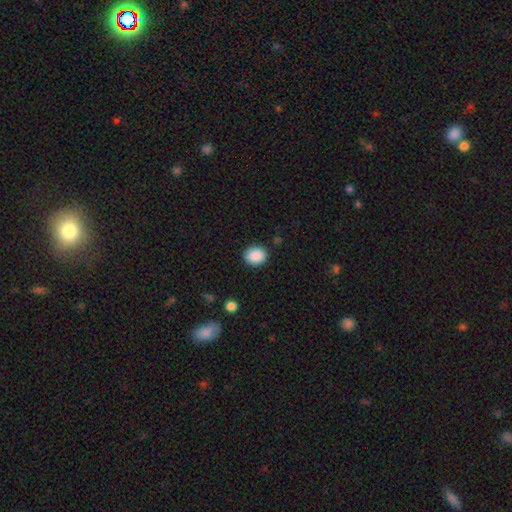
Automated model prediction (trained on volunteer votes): Overall: smooth (89%). How rounded: round (58%; in between 41%). Merging: none (88%).